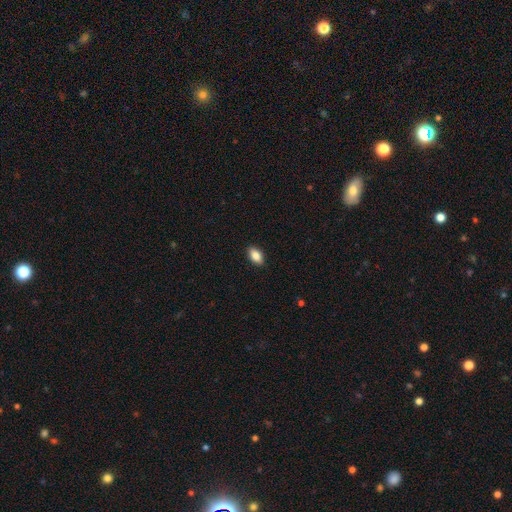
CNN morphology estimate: This is clearly a smooth galaxy (86%). How rounded: clearly in between (91%). Merging: clearly none (89%).